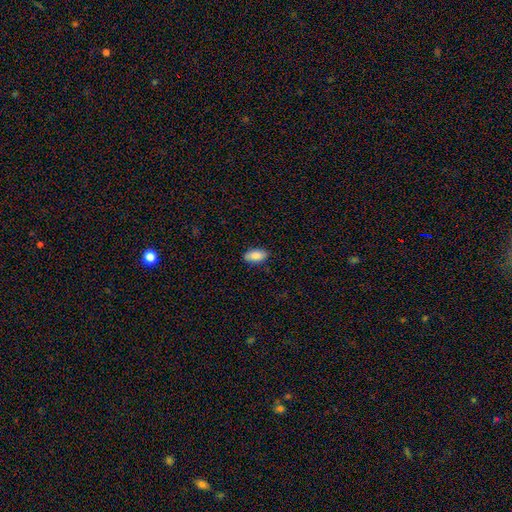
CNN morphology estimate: This is clearly a smooth galaxy (86%). How rounded: clearly in between (89%). Merging: clearly none (85%).